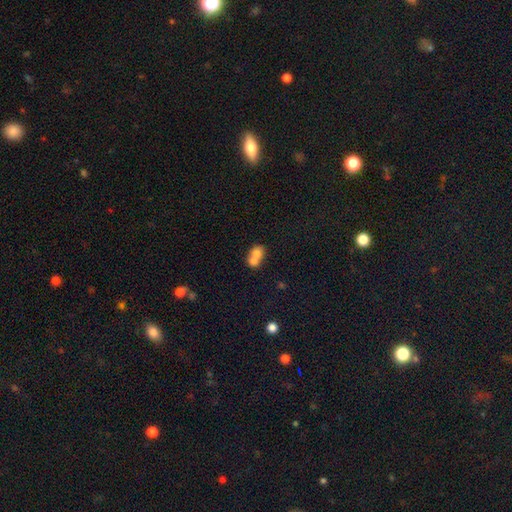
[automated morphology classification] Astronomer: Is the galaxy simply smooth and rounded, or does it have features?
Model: smooth — 72%.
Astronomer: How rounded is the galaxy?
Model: round — 67%.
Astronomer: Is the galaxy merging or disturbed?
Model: merger — 71%.